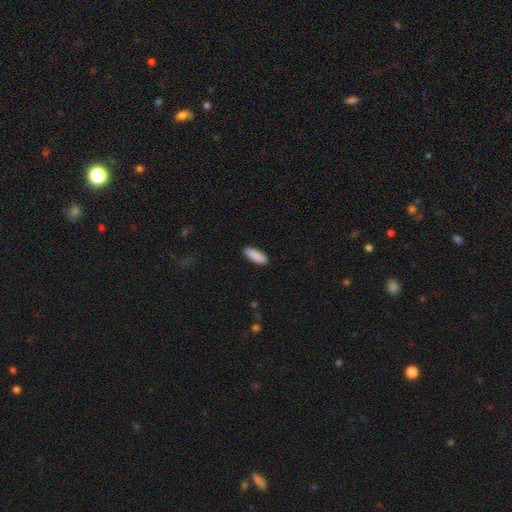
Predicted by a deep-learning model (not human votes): A smooth galaxy with no disk features (90%) that is in between round and cigar-shaped (67%). Merging: none (89%).